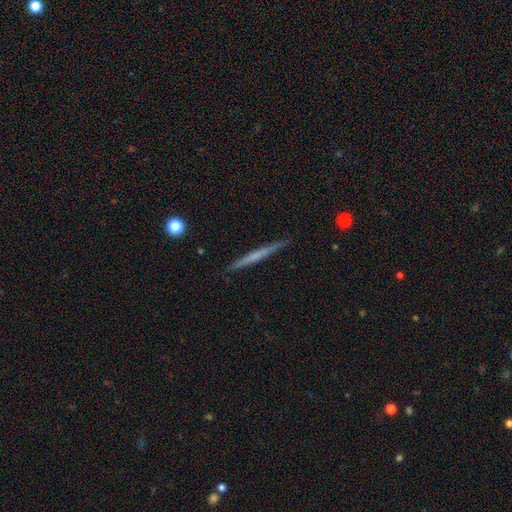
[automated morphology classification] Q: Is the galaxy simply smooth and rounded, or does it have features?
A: featured or disk — 47%, tied with smooth.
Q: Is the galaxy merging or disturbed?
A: none — 91%.